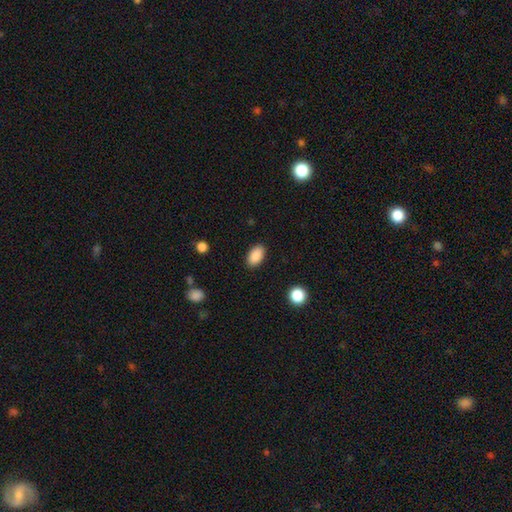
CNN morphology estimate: Smooth or featured?
  - smooth: 89% *
  - star or artifact: 7%
  - featured or disk: 3%
How rounded?
  - in between: 92% *
  - round: 6%
  - cigar-shaped: 2%
Merging?
  - none: 89% *
  - minor disturbance: 8%
  - major disturbance: 2%
  - merger: 1%